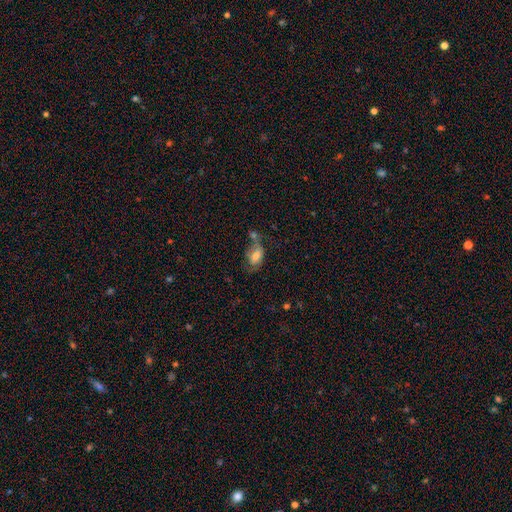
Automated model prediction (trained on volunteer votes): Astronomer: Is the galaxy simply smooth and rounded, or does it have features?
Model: smooth — 63%.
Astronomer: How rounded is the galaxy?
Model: in between — 88%.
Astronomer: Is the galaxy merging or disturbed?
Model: none — 32% (runner-up: merger, 26%).